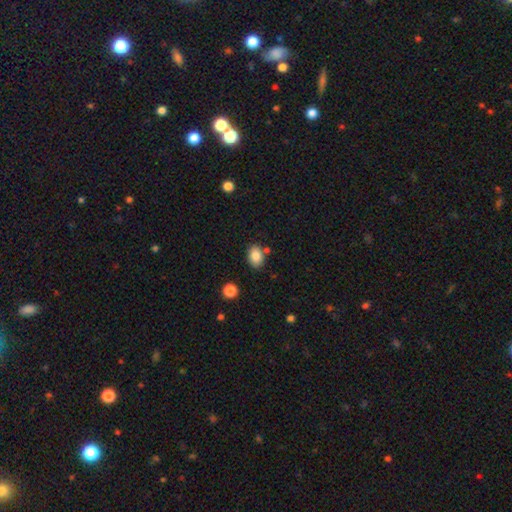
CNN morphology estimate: Smooth or featured: smooth — 85% (star or artifact — 9%)
How rounded: in between — 79% (round — 20%)
Merging: none — 77% (minor disturbance — 12%)